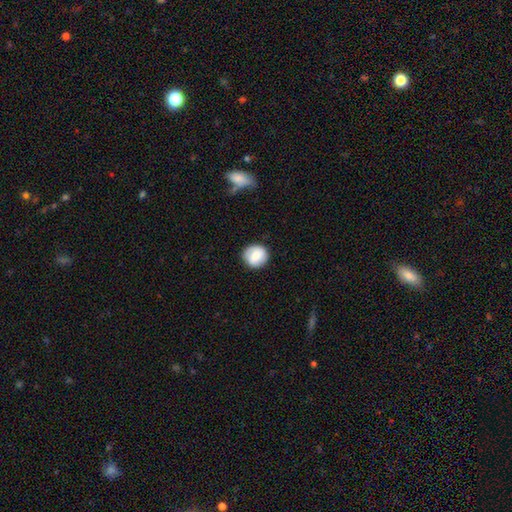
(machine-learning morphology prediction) Smooth or featured: smooth — 76% (featured or disk — 16%)
How rounded: round — 91% (in between — 8%)
Merging: none — 86% (minor disturbance — 11%)